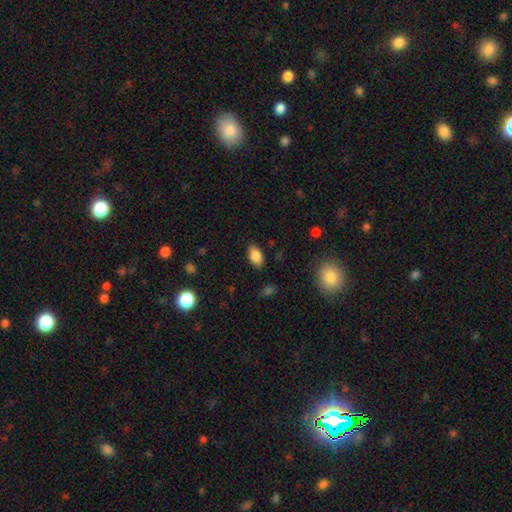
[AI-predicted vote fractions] smooth 85%, star or artifact 9%, featured or disk 6%. Down the decision tree: how rounded — in between (92%); merging — none (85%).